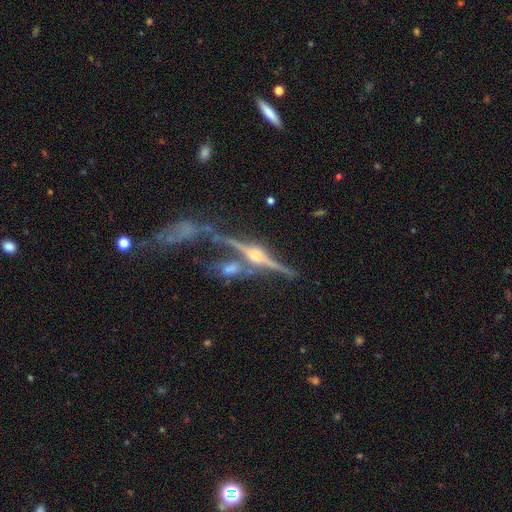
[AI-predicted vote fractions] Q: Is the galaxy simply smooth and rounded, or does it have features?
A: featured or disk — 84%.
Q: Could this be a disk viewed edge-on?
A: yes — 95%.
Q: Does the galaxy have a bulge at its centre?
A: rounded — 94%.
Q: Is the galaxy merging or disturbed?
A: none — 61%.